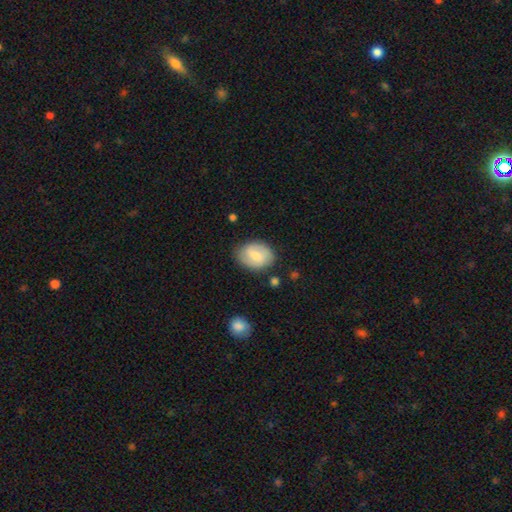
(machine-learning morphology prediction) type=smooth (62%); roundness=in between (66%); merging=none (79%).